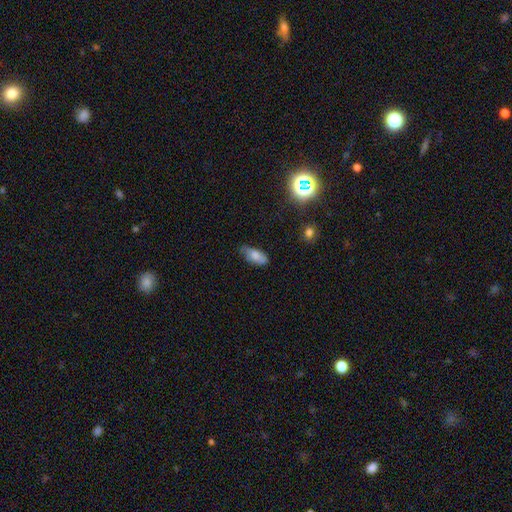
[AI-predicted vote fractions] A smooth galaxy with no disk features (75%) that is in between round and cigar-shaped (88%). Merging: none (58%).